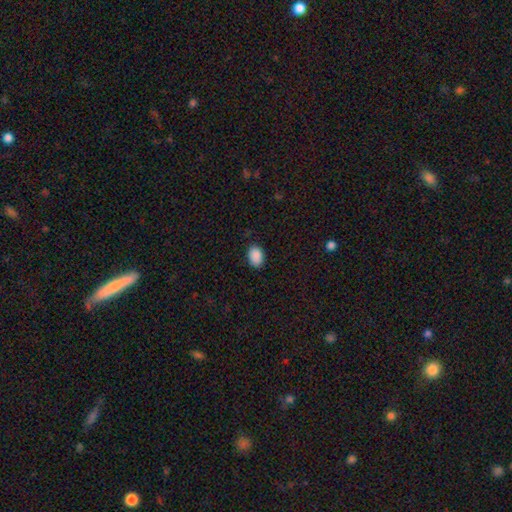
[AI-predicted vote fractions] Smooth or featured?
  - smooth: 90% *
  - star or artifact: 7%
  - featured or disk: 3%
How rounded?
  - in between: 83% *
  - round: 16%
  - cigar-shaped: 1%
Merging?
  - none: 87% *
  - minor disturbance: 10%
  - major disturbance: 2%
  - merger: 1%